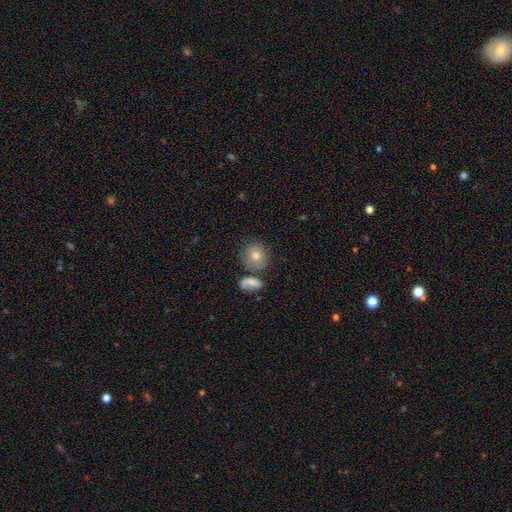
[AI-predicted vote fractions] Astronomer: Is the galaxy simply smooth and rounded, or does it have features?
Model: smooth — 74%.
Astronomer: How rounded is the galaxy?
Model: round — 83%.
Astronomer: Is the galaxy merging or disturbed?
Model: none — 66%.